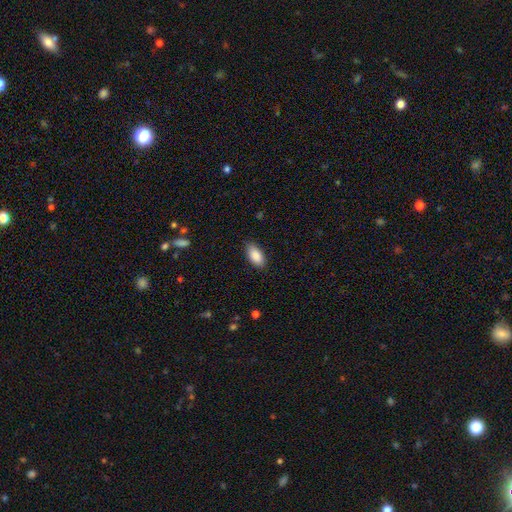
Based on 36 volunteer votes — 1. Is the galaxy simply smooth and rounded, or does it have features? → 97% smooth, 3% featured or disk, 0% star or artifact.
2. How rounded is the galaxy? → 86% in between, 9% cigar-shaped, 6% round.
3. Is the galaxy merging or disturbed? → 83% none, 14% minor disturbance, 3% major disturbance, 0% merger.